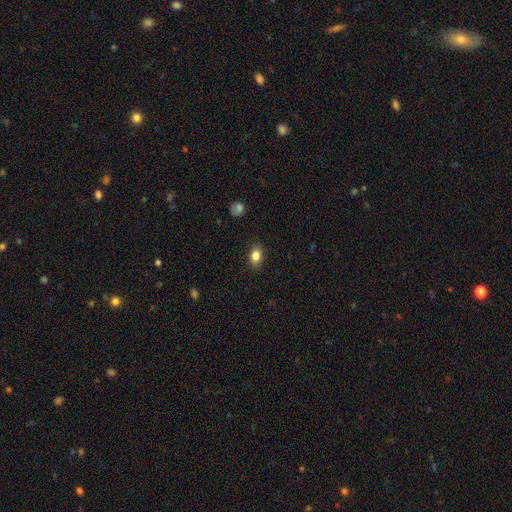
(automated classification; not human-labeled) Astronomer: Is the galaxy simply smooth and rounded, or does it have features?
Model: smooth — 84%.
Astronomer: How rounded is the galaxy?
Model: in between — 78%.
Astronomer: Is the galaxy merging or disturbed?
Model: none — 87%.